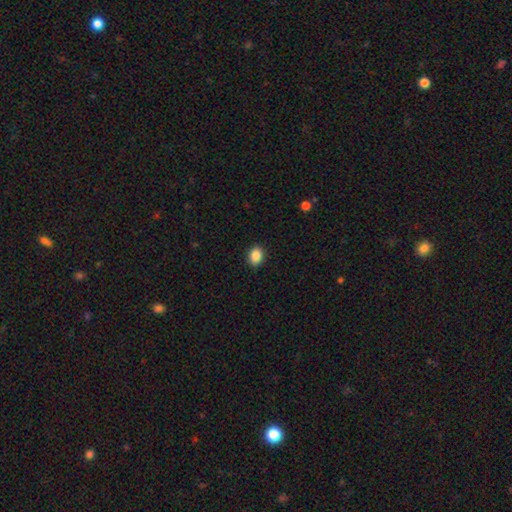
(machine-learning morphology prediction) type=smooth (88%); roundness=in between (65%); merging=none (91%).